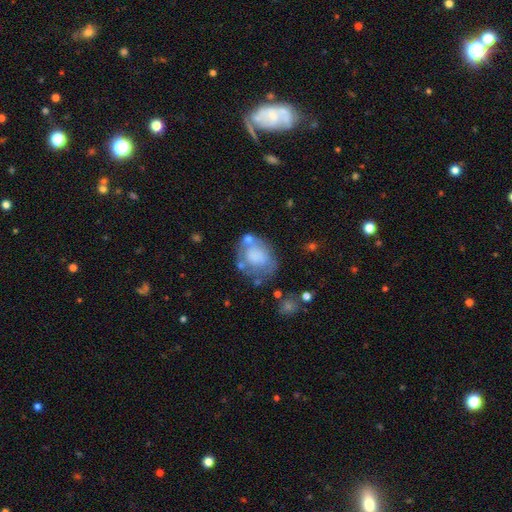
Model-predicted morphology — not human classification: Smooth or featured?
  - smooth: 57% *
  - featured or disk: 35%
  - star or artifact: 9%
How rounded?
  - round: 53% *
  - in between: 46%
  - cigar-shaped: 1%
Merging?
  - none: 46% *
  - minor disturbance: 24%
  - major disturbance: 17%
  - merger: 13%